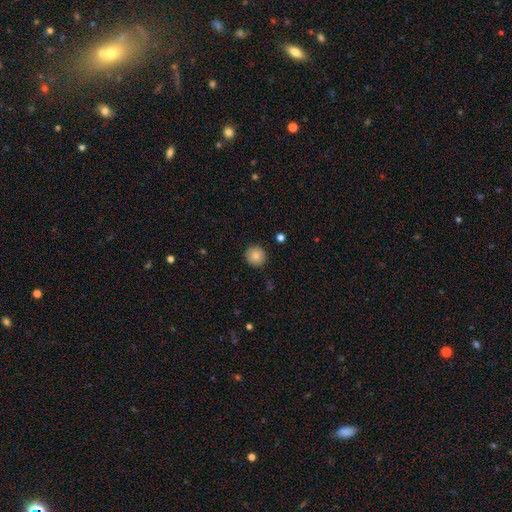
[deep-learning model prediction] smooth 83%, star or artifact 9%, featured or disk 8%. Down the decision tree: how rounded — round (95%); merging — none (91%).